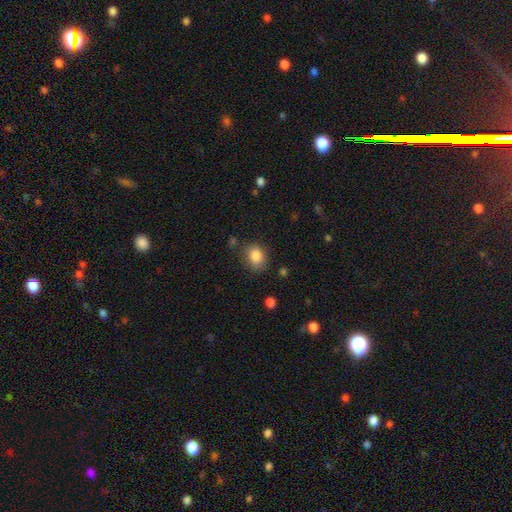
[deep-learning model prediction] Smooth or featured: smooth — 85% (star or artifact — 9%)
How rounded: round — 52% (in between — 47%)
Merging: none — 76% (minor disturbance — 16%)